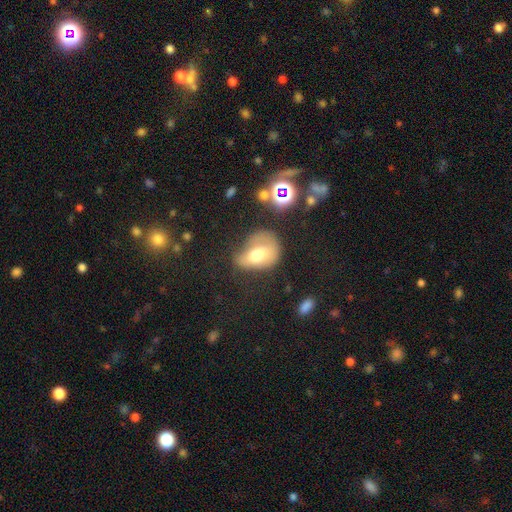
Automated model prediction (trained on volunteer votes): Smooth or featured?
  - smooth: 59% *
  - featured or disk: 28%
  - star or artifact: 13%
How rounded?
  - in between: 71% *
  - round: 27%
  - cigar-shaped: 2%
Merging?
  - major disturbance: 33% *
  - minor disturbance: 30%
  - none: 29%
  - merger: 8%